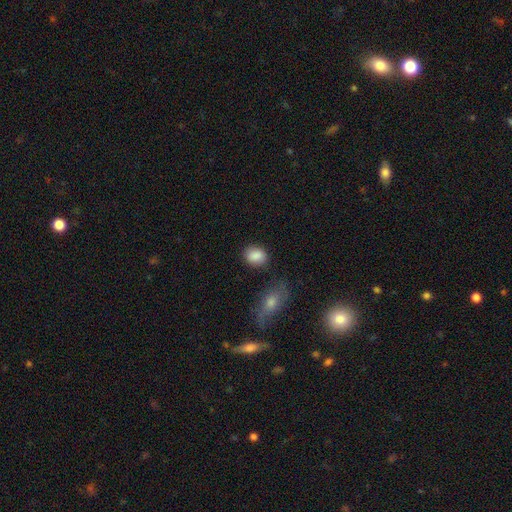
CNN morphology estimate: smooth_or_featured: smooth (p=0.88) [alt: star or artifact p=0.07]
how_rounded: in between (p=0.58) [alt: round p=0.40]
merging: none (p=0.78) [alt: minor disturbance p=0.13]